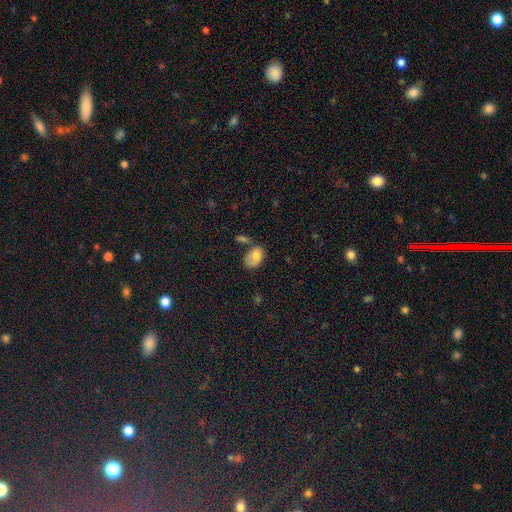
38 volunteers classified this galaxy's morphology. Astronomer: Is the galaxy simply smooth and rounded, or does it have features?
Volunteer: smooth — 76%.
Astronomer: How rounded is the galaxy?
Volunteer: in between — 97%.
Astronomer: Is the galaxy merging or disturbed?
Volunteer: minor disturbance — 36% (runner-up: merger, 25%).